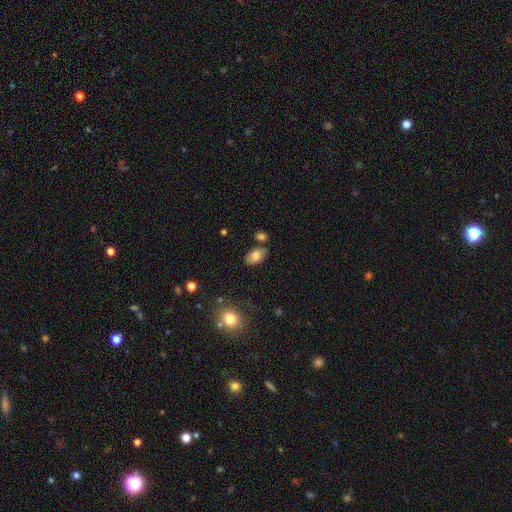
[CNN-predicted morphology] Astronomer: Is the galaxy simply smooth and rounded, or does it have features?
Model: smooth — 76%.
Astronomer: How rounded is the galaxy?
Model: in between — 92%.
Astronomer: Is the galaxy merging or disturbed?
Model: none — 74%.